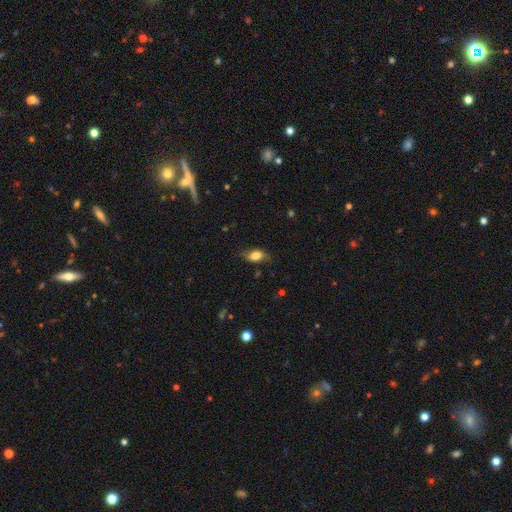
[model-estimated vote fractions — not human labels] smooth_or_featured: smooth (p=0.73) [alt: featured or disk p=0.19]
how_rounded: in between (p=0.86) [alt: round p=0.09]
merging: none (p=0.66) [alt: minor disturbance p=0.24]